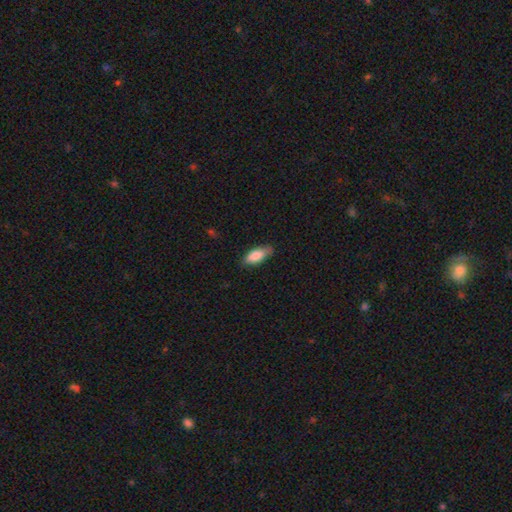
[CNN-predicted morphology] The model was most divided on "merging": none: 75%, minor disturbance: 20%, major disturbance: 3%, merger: 1%. More confident: smooth or featured — smooth (85%); how rounded — in between (80%).